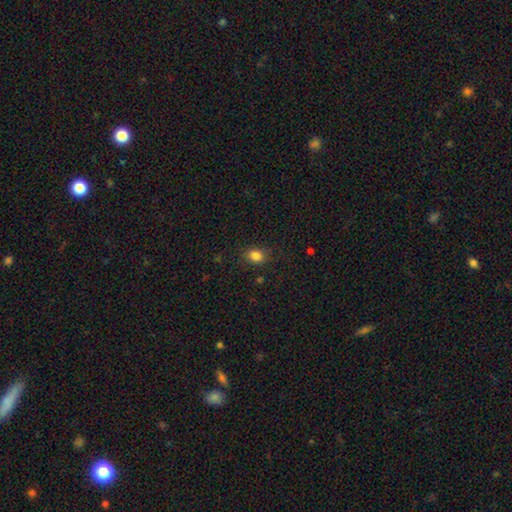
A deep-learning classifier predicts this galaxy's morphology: This is clearly a smooth galaxy (84%). How rounded: possibly round (54%). Merging: clearly none (85%).